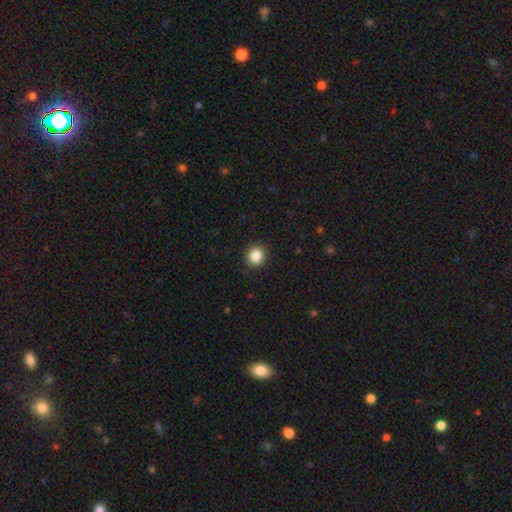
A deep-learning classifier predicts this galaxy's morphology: Smooth or featured? smooth (87%)
How rounded? round (85%)
Merging? none (90%)